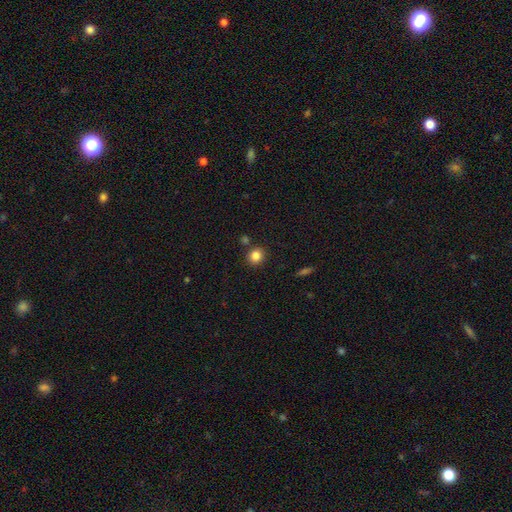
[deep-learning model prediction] A smooth galaxy with no disk features (84%) that is round (86%).

Vote fractions:
- Smooth or featured? smooth: 84% / star or artifact: 11% / featured or disk: 5%
- How rounded? round: 86% / in between: 13% / cigar-shaped: 1%
- Merging? none: 83% / minor disturbance: 8% / merger: 6% / major disturbance: 2%